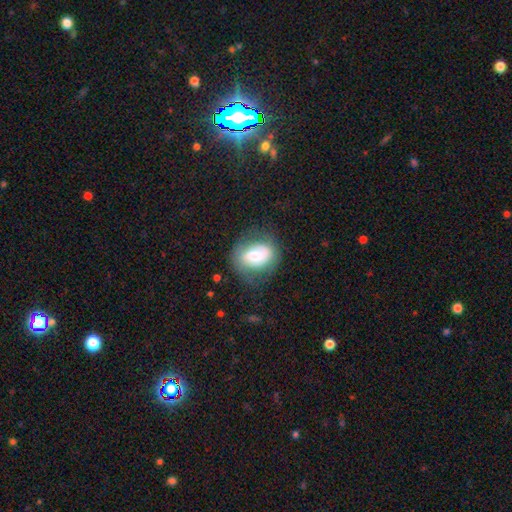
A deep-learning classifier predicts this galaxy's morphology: This appears to be a smooth galaxy with no disk features (57%) that is in between round and cigar-shaped (60%). Merging: none (61%).